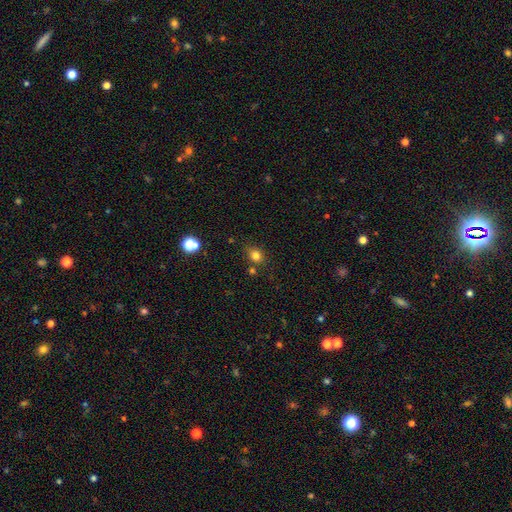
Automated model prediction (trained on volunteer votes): A smooth galaxy with no disk features (80%) that is round (64%). Merging: none (74%).